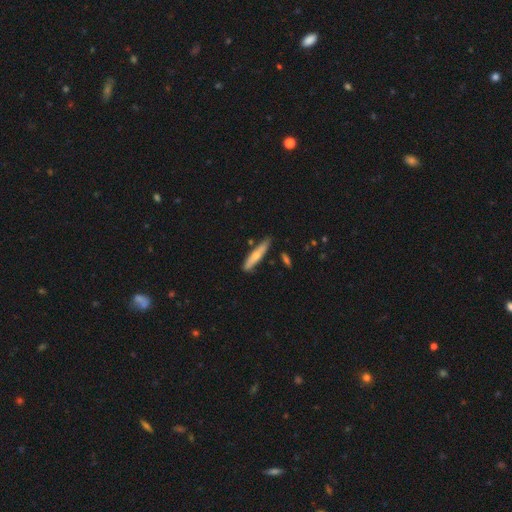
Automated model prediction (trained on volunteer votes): smooth 62%, featured or disk 32%, star or artifact 6%. Down the decision tree: how rounded — cigar-shaped (85%); merging — none (78%).